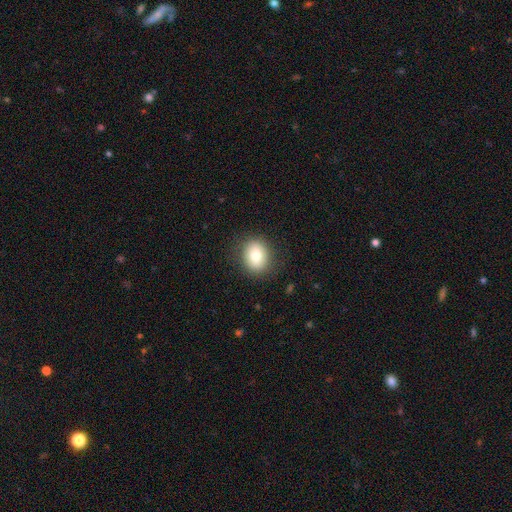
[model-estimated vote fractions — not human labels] Smooth or featured? Predicted: smooth (p=0.79). How rounded? Predicted: round (p=0.57). Merging? Predicted: none (p=0.85).